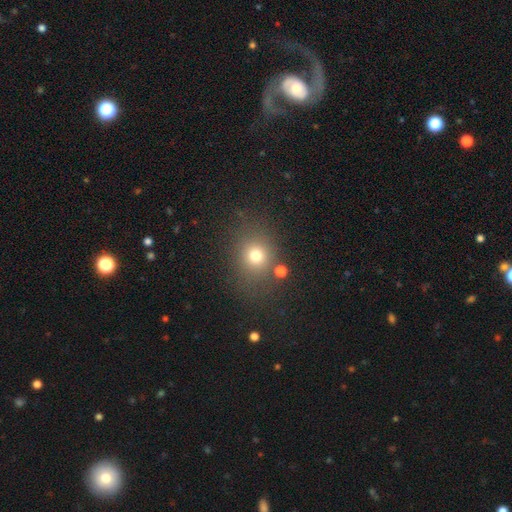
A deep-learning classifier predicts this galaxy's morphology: smooth 73%, star or artifact 18%, featured or disk 9%. Down the decision tree: how rounded — round (71%); merging — none (76%).